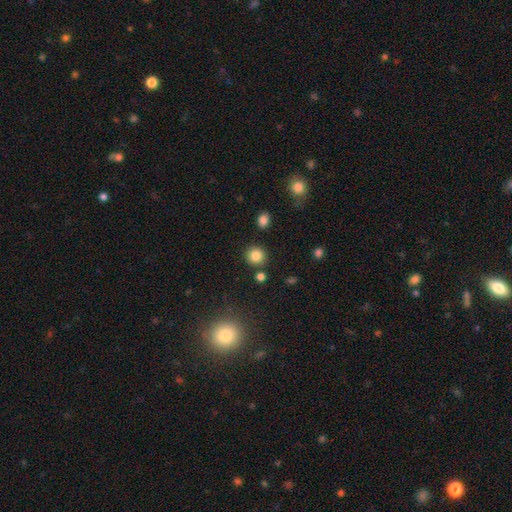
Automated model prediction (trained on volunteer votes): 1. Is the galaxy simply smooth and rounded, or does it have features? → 84% smooth, 11% star or artifact, 4% featured or disk.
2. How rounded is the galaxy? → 91% round, 8% in between, 1% cigar-shaped.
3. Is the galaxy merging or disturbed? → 85% none, 7% minor disturbance, 5% merger, 3% major disturbance.